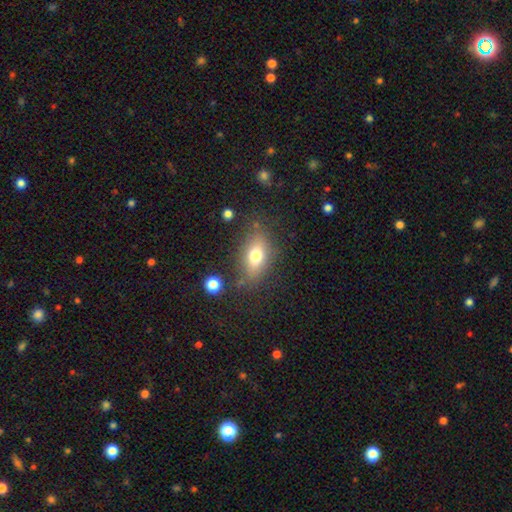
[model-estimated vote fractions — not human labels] Smooth or featured? smooth (71%)
How rounded? in between (80%)
Merging? none (74%)